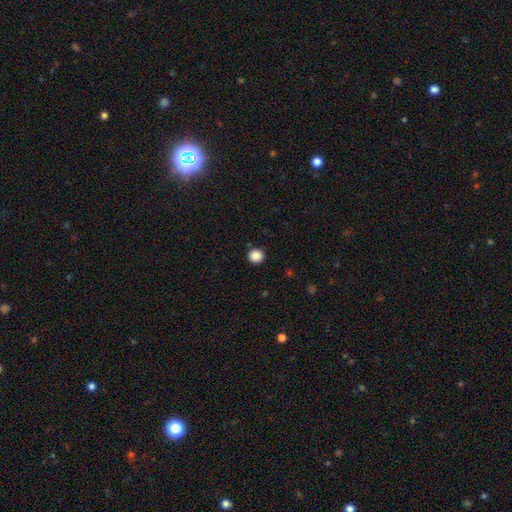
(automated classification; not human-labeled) Morphology: type=smooth (87%); roundness=round (93%); merging=none (91%).